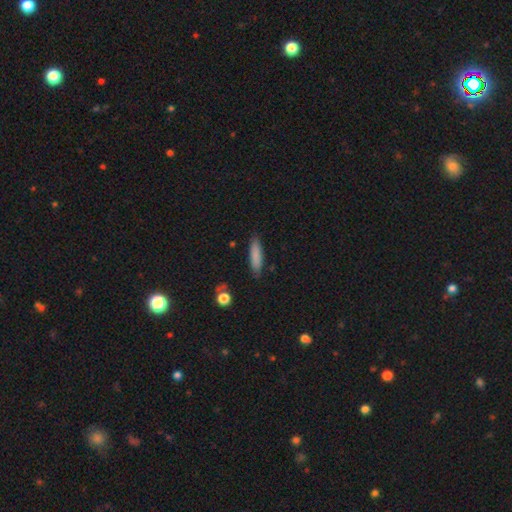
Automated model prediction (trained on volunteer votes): This appears to be a smooth galaxy with no disk features (83%) that is cigar-shaped (69%). Merging: none (85%).